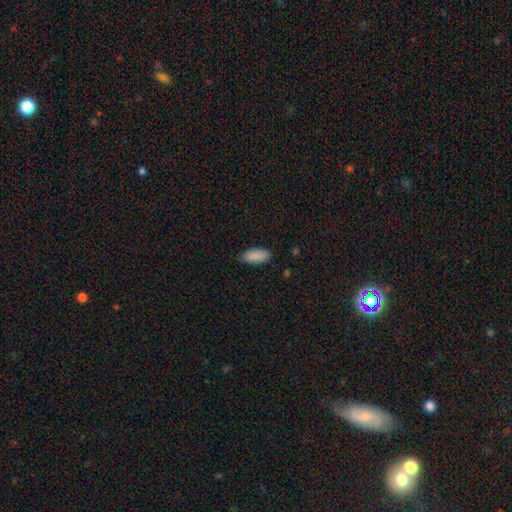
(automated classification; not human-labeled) A smooth galaxy with no disk features (90%) that is in between round and cigar-shaped (89%).

Vote fractions:
- Smooth or featured? smooth: 90% / star or artifact: 6% / featured or disk: 4%
- How rounded? in between: 89% / cigar-shaped: 10% / round: 2%
- Merging? none: 83% / minor disturbance: 14% / major disturbance: 2% / merger: 1%